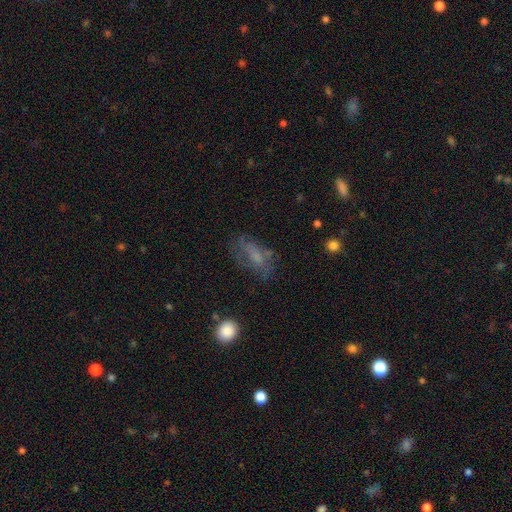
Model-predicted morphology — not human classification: smooth-or-featured: smooth: 48% | featured or disk: 39% | star or artifact: 14%
  merging: none: 53% | minor disturbance: 24% | major disturbance: 21% | merger: 3%